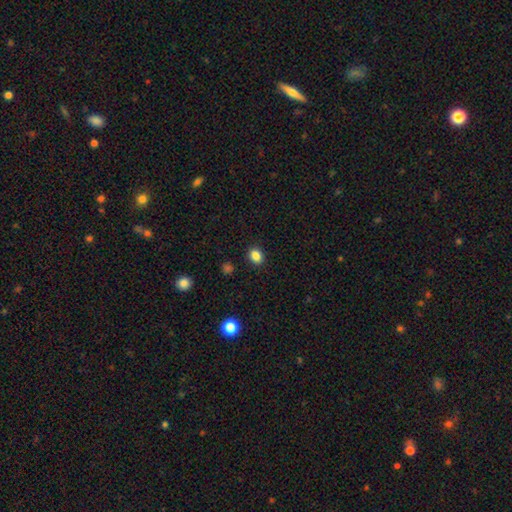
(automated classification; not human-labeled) Smooth or featured?
  - smooth: 85% *
  - star or artifact: 11%
  - featured or disk: 4%
How rounded?
  - round: 60% *
  - in between: 39%
  - cigar-shaped: 1%
Merging?
  - none: 90% *
  - minor disturbance: 7%
  - major disturbance: 2%
  - merger: 1%